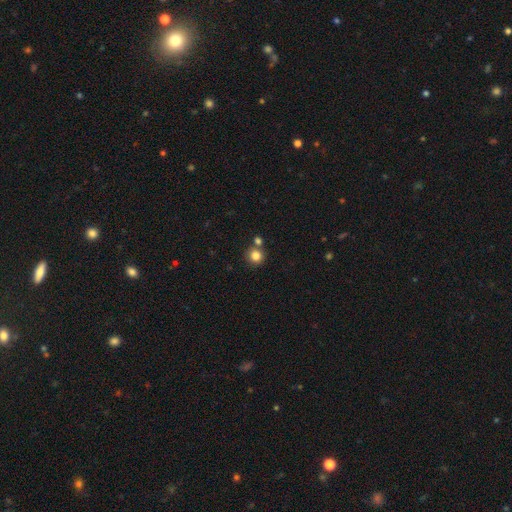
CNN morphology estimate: Smooth or featured? smooth (82%)
How rounded? round (91%)
Merging? none (70%)